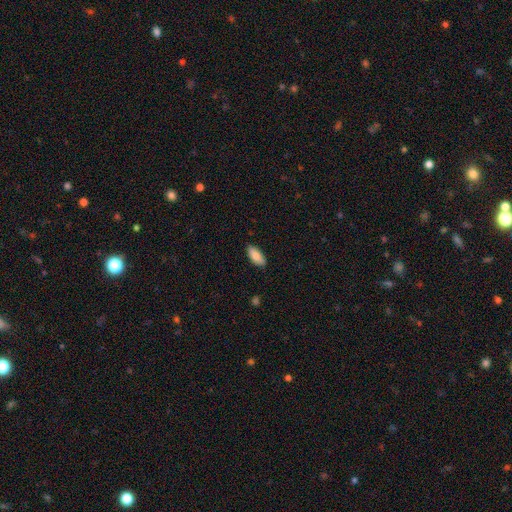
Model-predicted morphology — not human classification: Overall: smooth (87%). How rounded: in between (87%). Merging: none (86%).